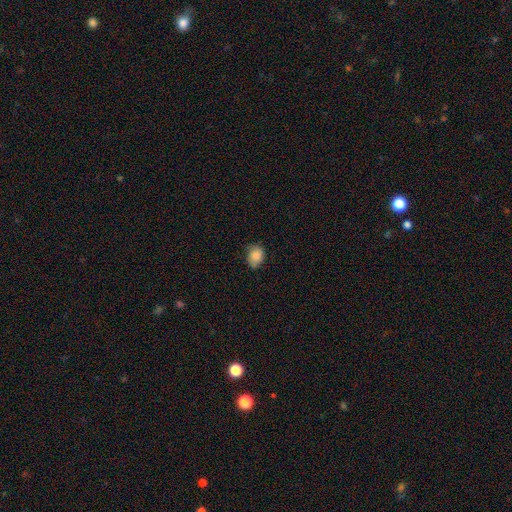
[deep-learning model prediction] smooth 85%, star or artifact 8%, featured or disk 7%. Down the decision tree: how rounded — in between (54%); merging — none (70%).